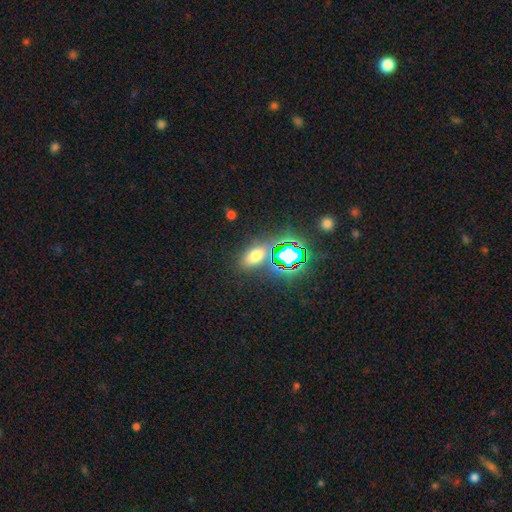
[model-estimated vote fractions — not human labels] A smooth galaxy with no disk features (56%) that is in between round and cigar-shaped (80%). Merging: none (78%).